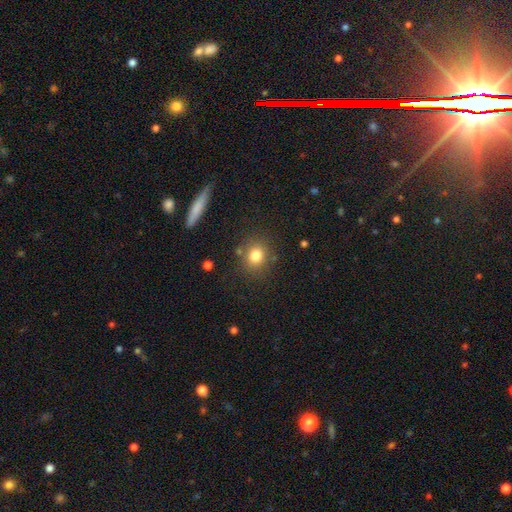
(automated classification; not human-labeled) A smooth galaxy with no disk features (80%) that is round (79%).

Vote fractions:
- Smooth or featured? smooth: 80% / star or artifact: 12% / featured or disk: 8%
- How rounded? round: 79% / in between: 20% / cigar-shaped: 1%
- Merging? none: 82% / minor disturbance: 10% / merger: 4% / major disturbance: 4%